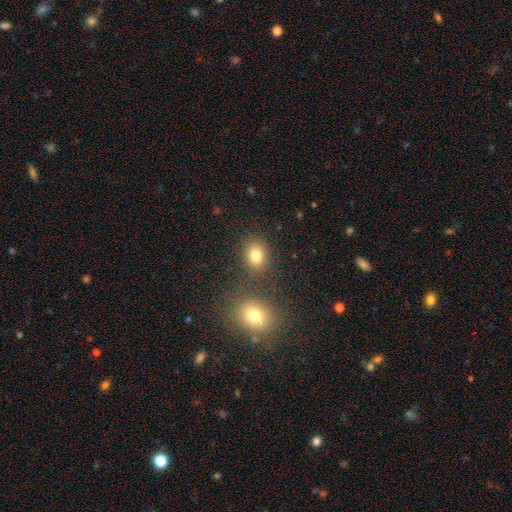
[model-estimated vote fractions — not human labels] Smooth or featured?
  - smooth: 79% *
  - star or artifact: 13%
  - featured or disk: 7%
How rounded?
  - round: 52% *
  - in between: 47%
  - cigar-shaped: 1%
Merging?
  - none: 78% *
  - minor disturbance: 10%
  - merger: 9%
  - major disturbance: 3%